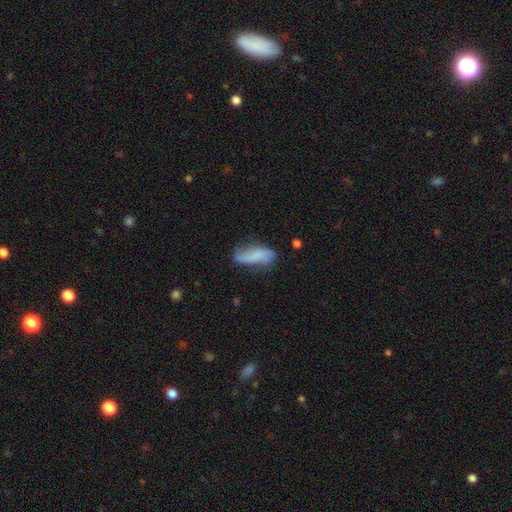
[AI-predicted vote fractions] Morphology: type=smooth (60%); roundness=in between (65%); merging=none (52%).